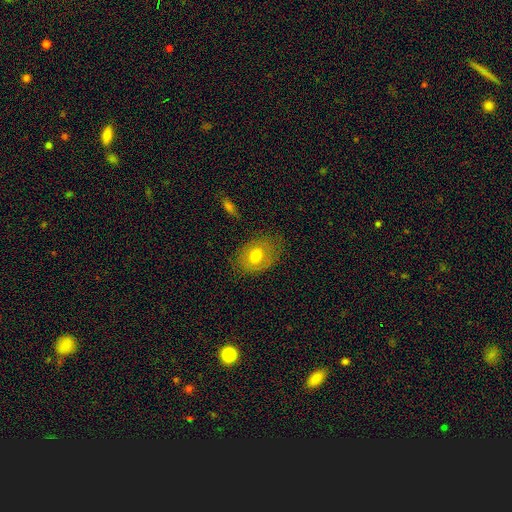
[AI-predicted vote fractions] Morphology: type=smooth (66%); roundness=in between (69%); merging=none (72%).